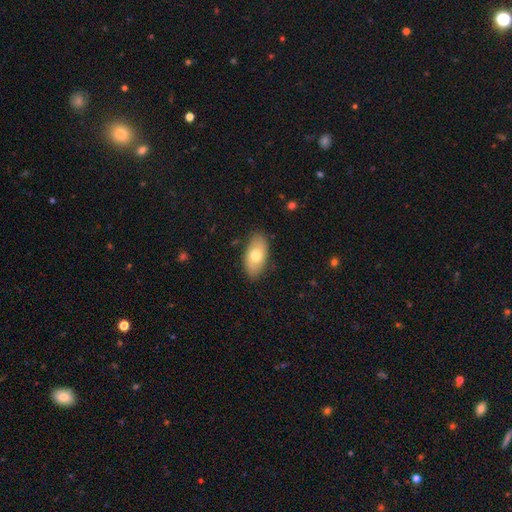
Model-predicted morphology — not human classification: A smooth galaxy with no disk features (69%) that is in between round and cigar-shaped (93%).

Vote fractions:
- Smooth or featured? smooth: 69% / featured or disk: 25% / star or artifact: 6%
- How rounded? in between: 93% / round: 4% / cigar-shaped: 3%
- Merging? none: 85% / minor disturbance: 12% / major disturbance: 2% / merger: 1%